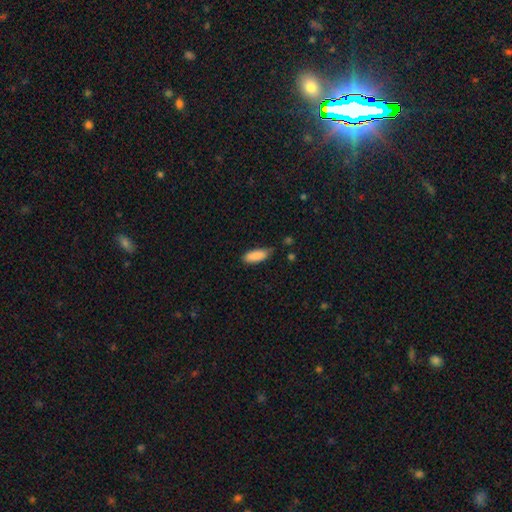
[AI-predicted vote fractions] A smooth galaxy with no disk features (89%) that is in between round and cigar-shaped (72%). Merging: none (68%).